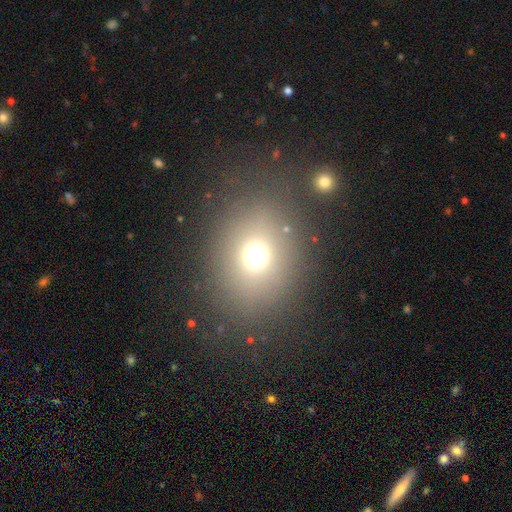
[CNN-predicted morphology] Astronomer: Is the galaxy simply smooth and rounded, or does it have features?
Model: smooth — 67%.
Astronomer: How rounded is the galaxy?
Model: round — 66%.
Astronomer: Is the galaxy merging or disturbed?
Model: none — 79%.